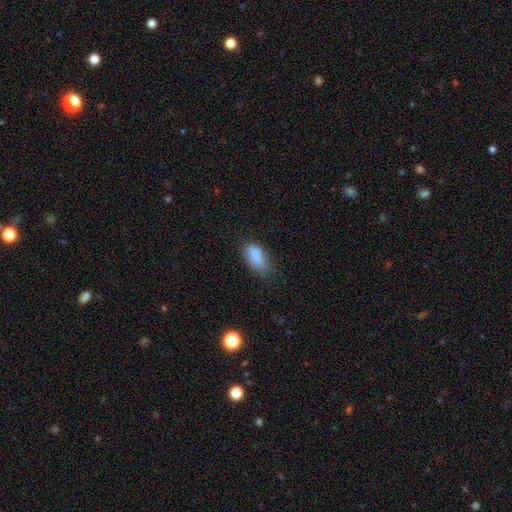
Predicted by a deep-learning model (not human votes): This appears to be a smooth galaxy with no disk features (85%) that is in between round and cigar-shaped (90%). Merging: none (54%).